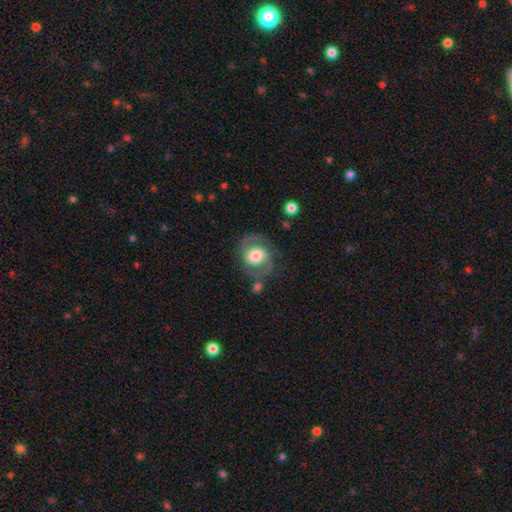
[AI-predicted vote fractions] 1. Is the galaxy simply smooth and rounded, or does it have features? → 67% featured or disk, 26% smooth, 7% star or artifact.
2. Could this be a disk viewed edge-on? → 98% no, 2% yes.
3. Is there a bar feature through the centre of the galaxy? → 62% no, 30% weak, 8% strong.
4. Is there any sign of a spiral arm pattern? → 87% yes, 13% no.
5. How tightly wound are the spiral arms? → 52% medium, 29% tight, 19% loose.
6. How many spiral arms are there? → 88% 2, 5% can't tell, 4% 1, 1% 3, 1% 4, 1% more than 4.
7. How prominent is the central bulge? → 46% moderate, 41% large, 6% small, 5% dominant, 2% none.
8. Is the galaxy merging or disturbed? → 69% none, 17% minor disturbance, 10% major disturbance, 4% merger.